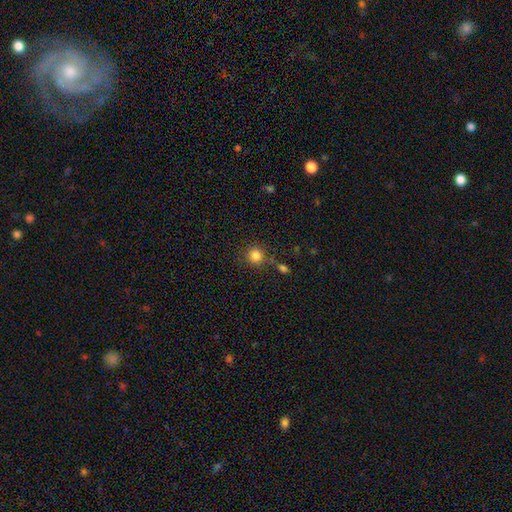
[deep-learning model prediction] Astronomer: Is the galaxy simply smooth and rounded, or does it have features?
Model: smooth — 83%.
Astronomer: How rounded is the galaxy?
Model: round — 91%.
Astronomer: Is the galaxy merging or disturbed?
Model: none — 80%.